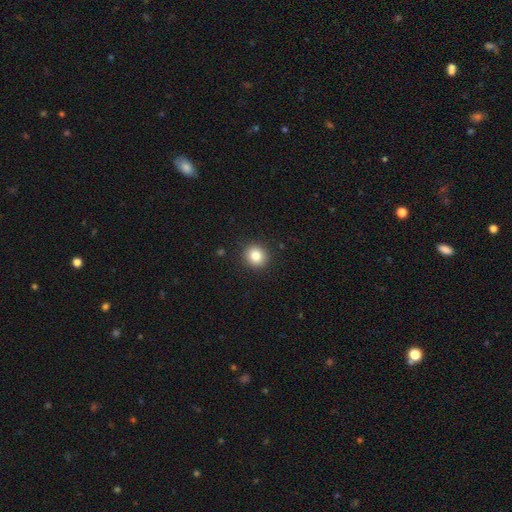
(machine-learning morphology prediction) The model was most divided on "smooth or featured": smooth: 84%, star or artifact: 10%, featured or disk: 6%. More confident: merging — none (91%); how rounded — round (89%).